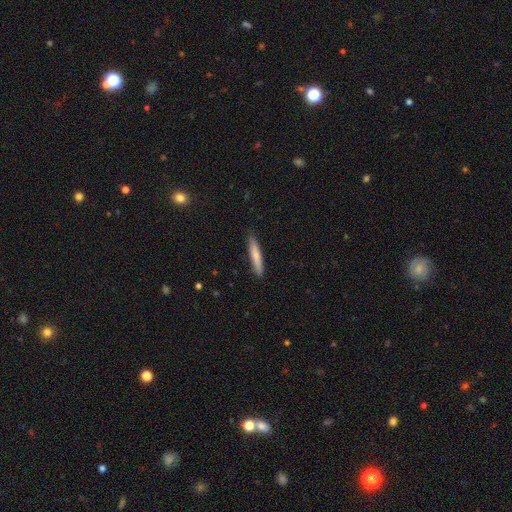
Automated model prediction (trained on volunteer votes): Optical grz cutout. It shows a smooth galaxy with no disk features (72%) that is cigar-shaped (92%). Merging: none (89%).